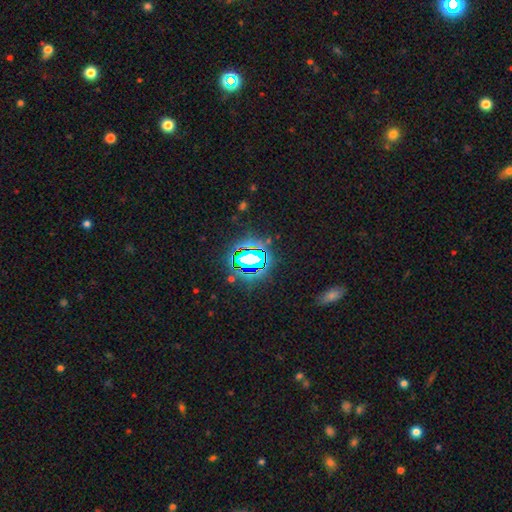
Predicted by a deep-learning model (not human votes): A star or artifact, not a galaxy (73%).